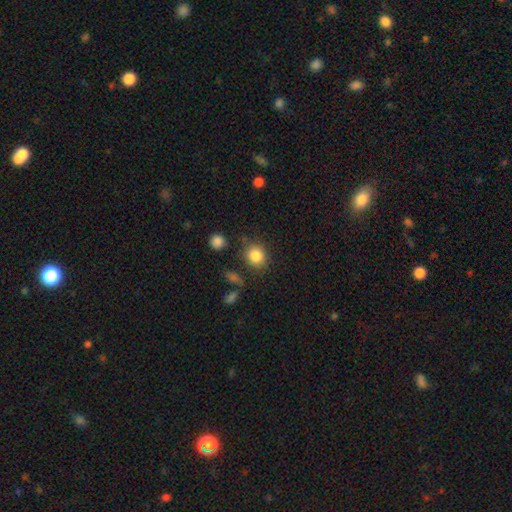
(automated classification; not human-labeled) Smooth or featured?
  - smooth: 84% *
  - star or artifact: 10%
  - featured or disk: 6%
How rounded?
  - round: 77% *
  - in between: 22%
  - cigar-shaped: 1%
Merging?
  - none: 77% *
  - minor disturbance: 13%
  - merger: 5%
  - major disturbance: 5%